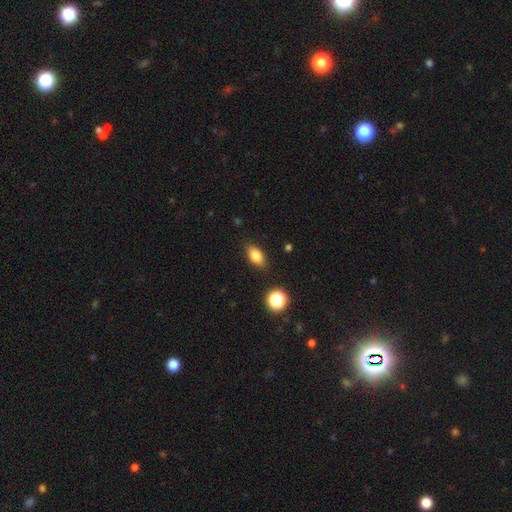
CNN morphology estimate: Smooth or featured?
  - smooth: 81% *
  - star or artifact: 10%
  - featured or disk: 9%
How rounded?
  - in between: 84% *
  - round: 10%
  - cigar-shaped: 6%
Merging?
  - none: 86% *
  - minor disturbance: 10%
  - major disturbance: 2%
  - merger: 2%